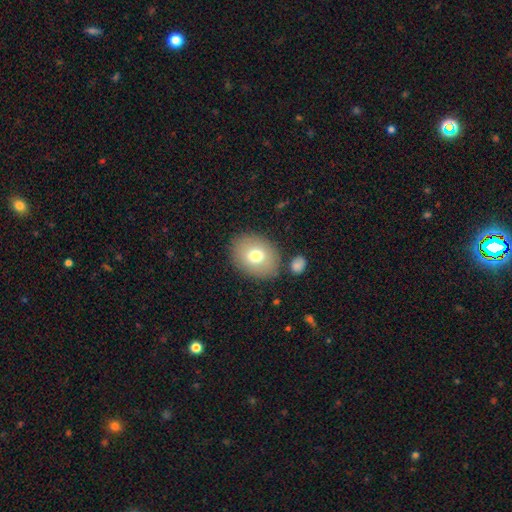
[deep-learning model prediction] Smooth or featured?
  - smooth: 74% *
  - featured or disk: 17%
  - star or artifact: 9%
How rounded?
  - in between: 58% *
  - round: 41%
  - cigar-shaped: 1%
Merging?
  - none: 81% *
  - minor disturbance: 11%
  - merger: 5%
  - major disturbance: 4%